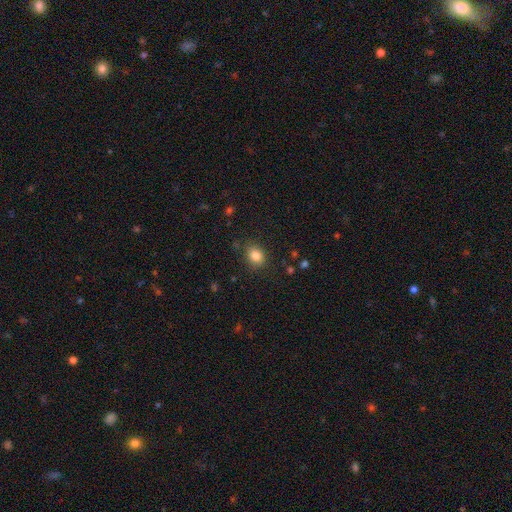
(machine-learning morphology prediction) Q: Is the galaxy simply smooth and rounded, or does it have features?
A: smooth — 84%.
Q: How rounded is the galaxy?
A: round — 51%.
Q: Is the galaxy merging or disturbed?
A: none — 84%.